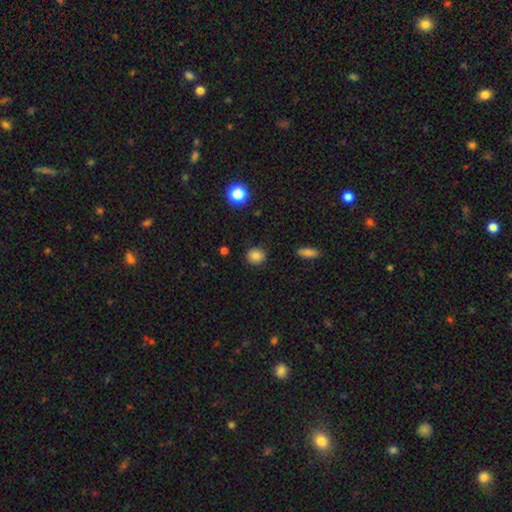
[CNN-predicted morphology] smooth_or_featured: smooth (p=0.84) [alt: star or artifact p=0.11]
how_rounded: round (p=0.80) [alt: in between p=0.19]
merging: none (p=0.87) [alt: minor disturbance p=0.09]